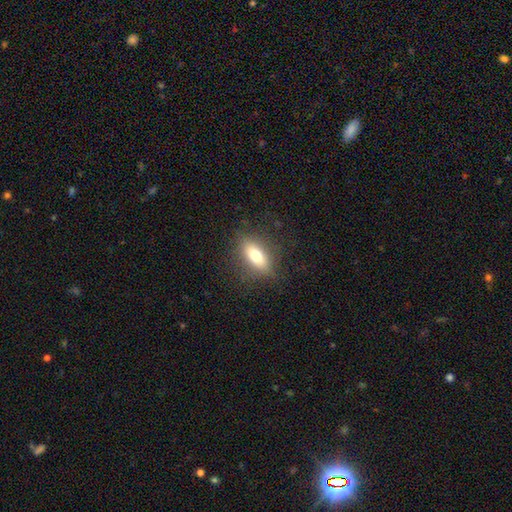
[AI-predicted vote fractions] Overall: smooth (71%). How rounded: in between (76%). Merging: none (83%).